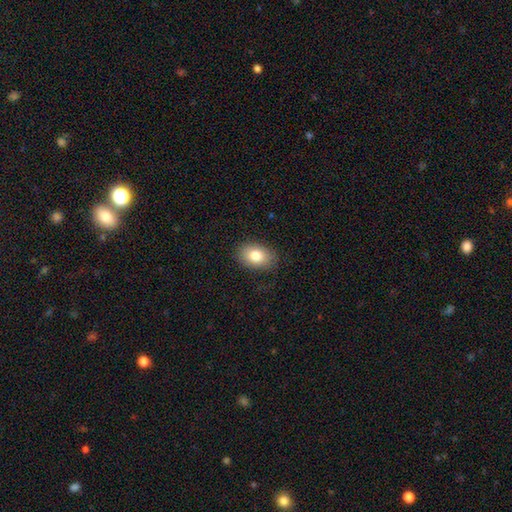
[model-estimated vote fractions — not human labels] smooth-or-featured: smooth: 80% | featured or disk: 11% | star or artifact: 8%
  how-rounded: in between: 81% | round: 18% | cigar-shaped: 1%
  merging: none: 84% | minor disturbance: 12% | major disturbance: 3% | merger: 1%